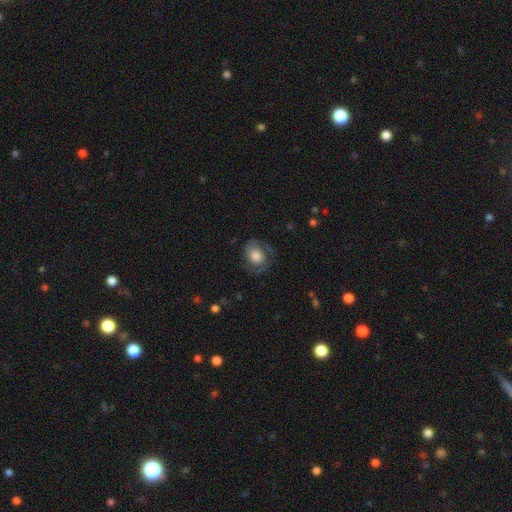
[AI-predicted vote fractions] A smooth galaxy with no disk features (53%) that is round (50%).

Vote fractions:
- Smooth or featured? smooth: 53% / featured or disk: 39% / star or artifact: 8%
- How rounded? round: 50% / in between: 48% / cigar-shaped: 1%
- Merging? none: 62% / minor disturbance: 22% / major disturbance: 15% / merger: 1%